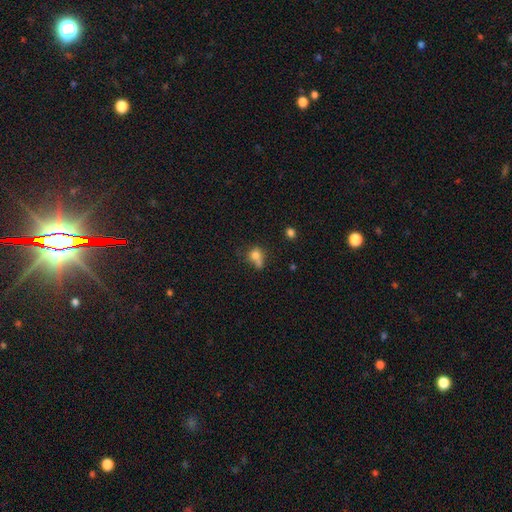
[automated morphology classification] Smooth or featured?
  - smooth: 73% *
  - star or artifact: 13%
  - featured or disk: 13%
How rounded?
  - round: 56% *
  - in between: 41%
  - cigar-shaped: 3%
Merging?
  - none: 36% *
  - minor disturbance: 24%
  - merger: 22%
  - major disturbance: 18%